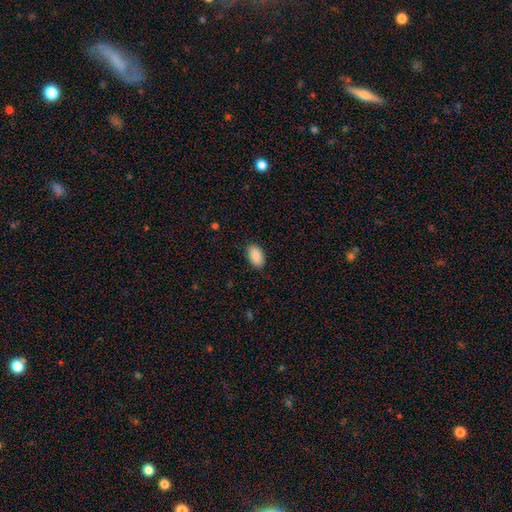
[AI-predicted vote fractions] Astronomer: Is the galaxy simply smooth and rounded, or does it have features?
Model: smooth — 91%.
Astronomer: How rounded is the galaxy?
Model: in between — 95%.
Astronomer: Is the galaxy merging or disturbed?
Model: none — 88%.